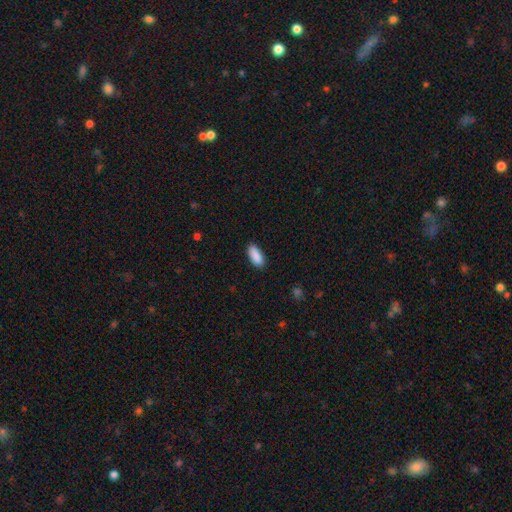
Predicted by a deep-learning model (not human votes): smooth_or_featured: smooth (p=0.90) [alt: star or artifact p=0.06]
how_rounded: in between (p=0.81) [alt: cigar-shaped p=0.17]
merging: none (p=0.87) [alt: minor disturbance p=0.10]